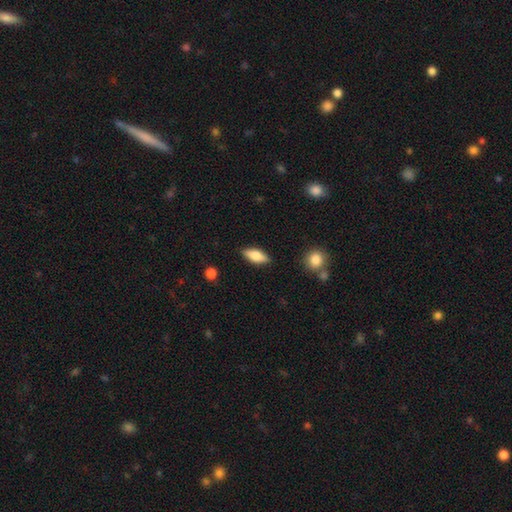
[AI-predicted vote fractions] Smooth or featured: smooth — 67% (featured or disk — 26%)
How rounded: in between — 72% (cigar-shaped — 25%)
Merging: none — 86% (minor disturbance — 10%)